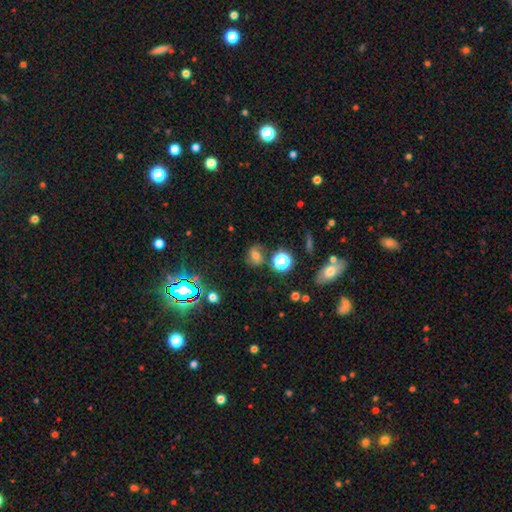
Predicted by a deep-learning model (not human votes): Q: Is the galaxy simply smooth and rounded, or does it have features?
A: smooth — 48%.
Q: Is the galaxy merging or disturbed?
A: none — 71%.